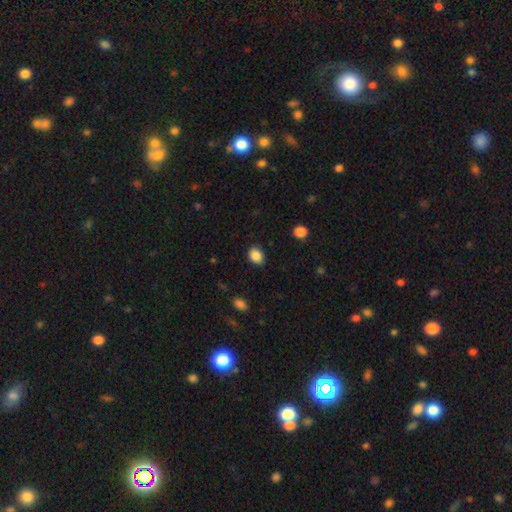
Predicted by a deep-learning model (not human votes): The model was most divided on "how rounded": in between: 69%, round: 30%, cigar-shaped: 1%. More confident: smooth or featured — smooth (88%); merging — none (86%).